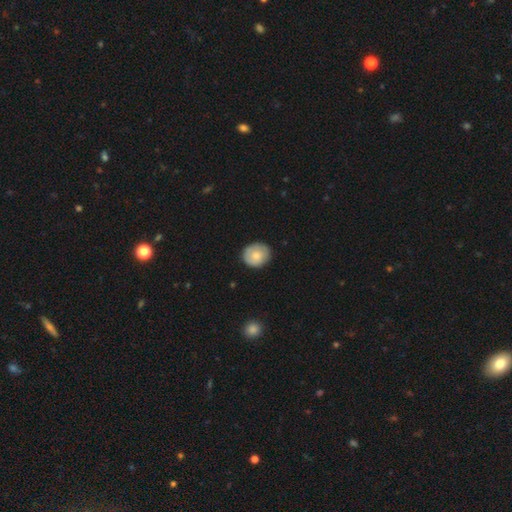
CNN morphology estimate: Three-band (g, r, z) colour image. It shows a smooth galaxy with no disk features (74%) that is round (80%). Merging: none (80%).